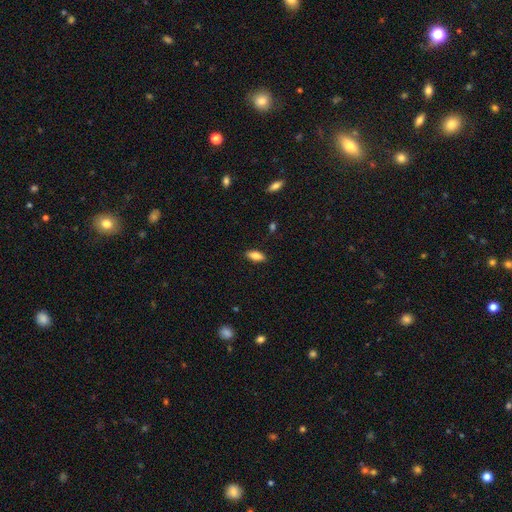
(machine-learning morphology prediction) Q: Smooth or featured?
A: smooth (81%); runner-up: featured or disk (11%)
Q: How rounded?
A: in between (80%); runner-up: cigar-shaped (17%)
Q: Merging?
A: none (87%); runner-up: minor disturbance (10%)